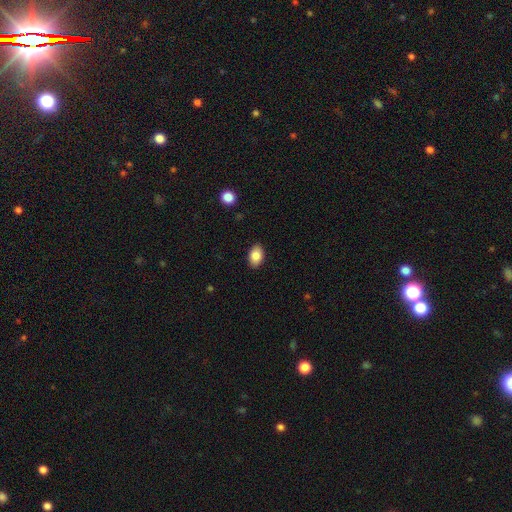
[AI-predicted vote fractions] Smooth or featured? smooth (86%)
How rounded? in between (89%)
Merging? none (88%)